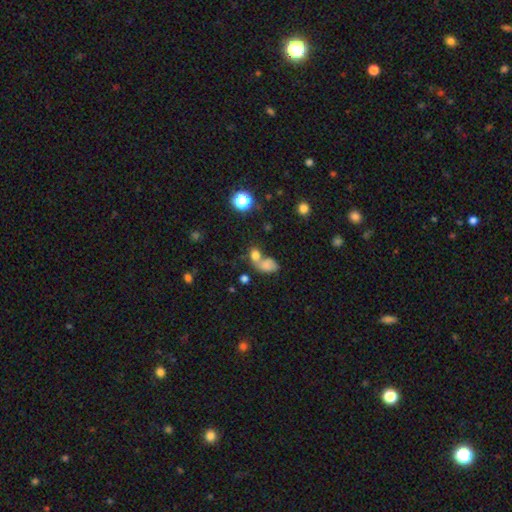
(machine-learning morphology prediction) Q: Smooth or featured?
A: smooth (73%); runner-up: star or artifact (16%)
Q: How rounded?
A: in between (61%); runner-up: round (36%)
Q: Merging?
A: merger (61%); runner-up: none (25%)